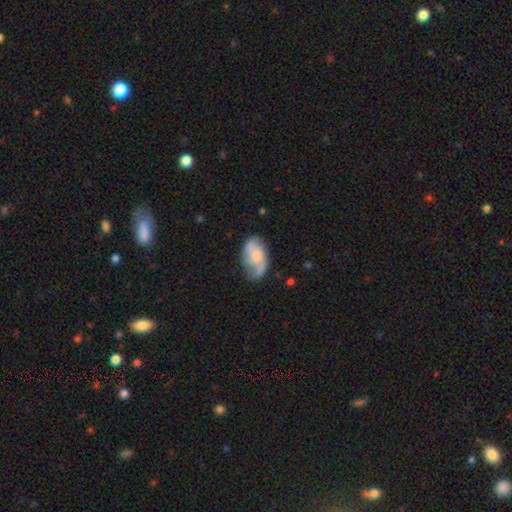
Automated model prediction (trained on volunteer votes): The model was most divided on "spiral winding": loose: 47%, medium: 38%, tight: 15%. Remaining: edge-on disk — no (96%); spiral arms — yes (89%); spiral arm count — 2 (72%); bar — no (65%); smooth or featured — featured or disk (63%); merging — none (57%); bulge size — small (39%).